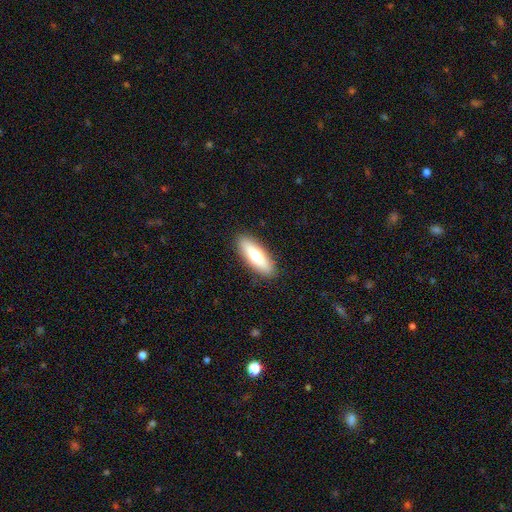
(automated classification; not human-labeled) smooth-or-featured: smooth: 66% | featured or disk: 29% | star or artifact: 6%
  how-rounded: in between: 51% | cigar-shaped: 46% | round: 2%
  merging: none: 90% | minor disturbance: 7% | major disturbance: 2% | merger: 1%